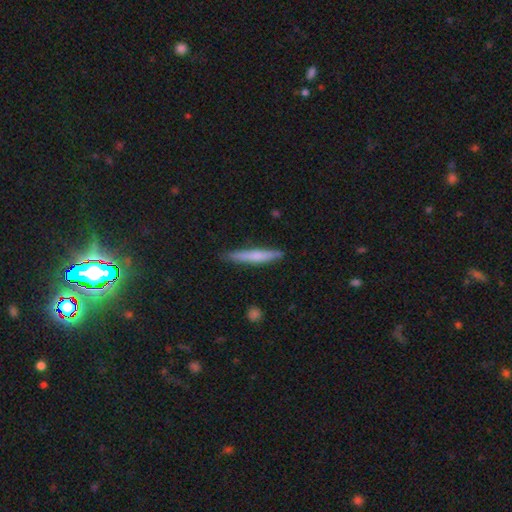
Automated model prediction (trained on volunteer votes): This is likely a smooth galaxy (64%). How rounded: clearly cigar-shaped (94%). Merging: clearly none (83%).